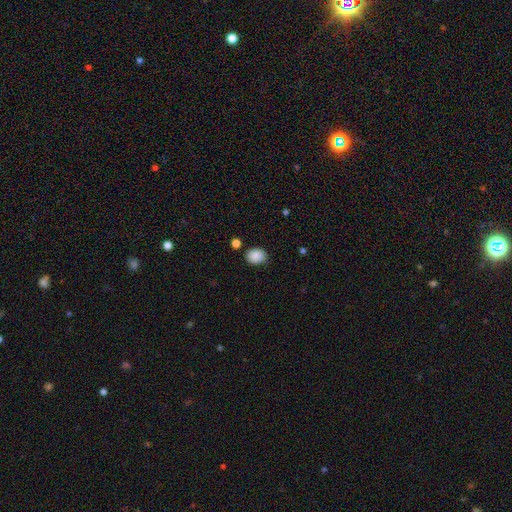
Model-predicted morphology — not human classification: Overall: smooth (87%). How rounded: round (53%; in between 46%). Merging: none (80%).